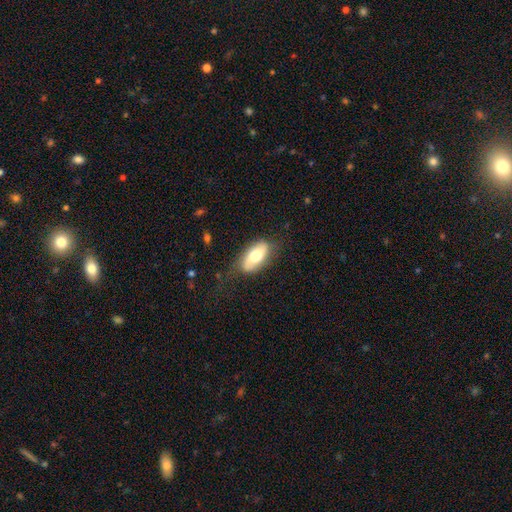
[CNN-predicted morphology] This appears to be a smooth galaxy with no disk features (64%) that is in between round and cigar-shaped (89%). Merging: none (68%).